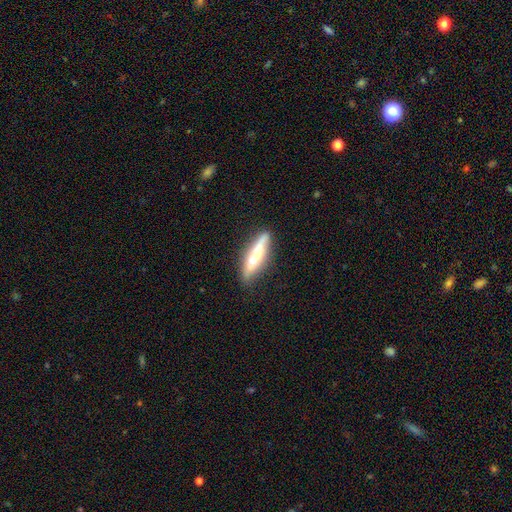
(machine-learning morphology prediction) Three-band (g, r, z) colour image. It shows a smooth galaxy with no disk features (53%) that is cigar-shaped (86%). Merging: none (80%).